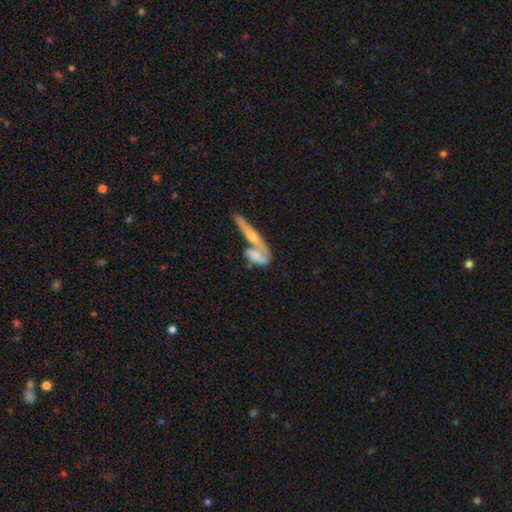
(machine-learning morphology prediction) type=smooth (52%); roundness=in between (54%); merging=merger (54%).